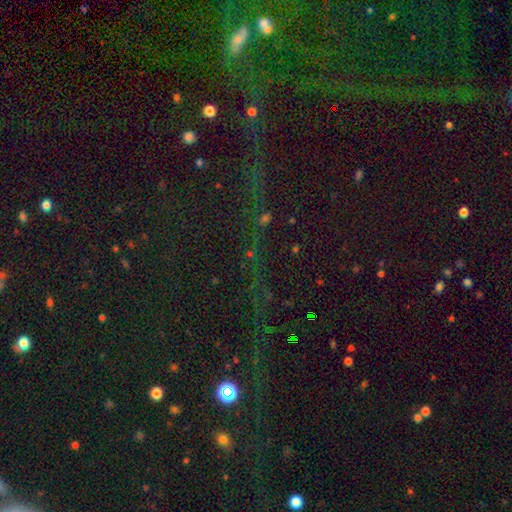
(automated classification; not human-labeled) smooth-or-featured: star or artifact: 79% | smooth: 12% | featured or disk: 9%